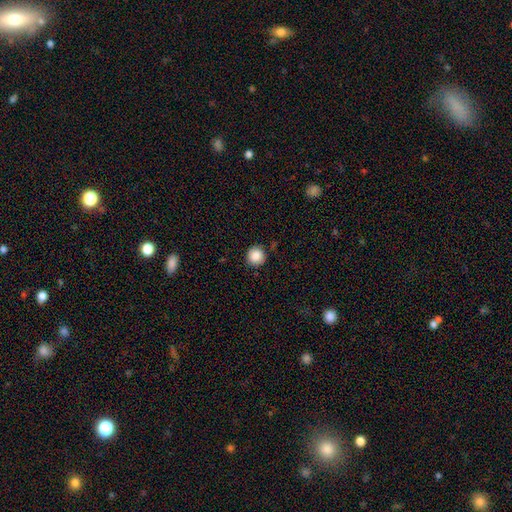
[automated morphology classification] A smooth galaxy with no disk features (87%) that is round (95%). Merging: none (88%).